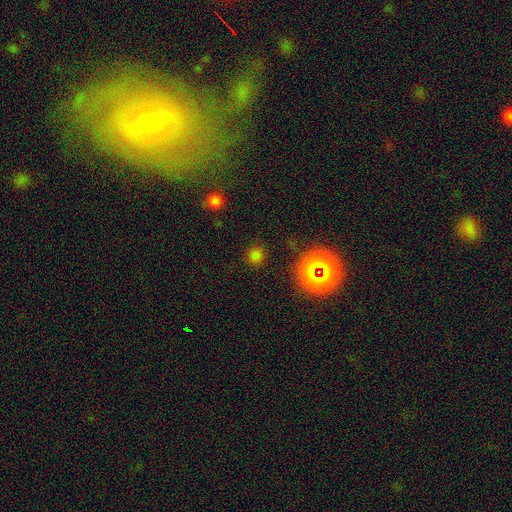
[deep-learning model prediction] Overall: smooth (69%). How rounded: round (91%). Merging: none (87%).